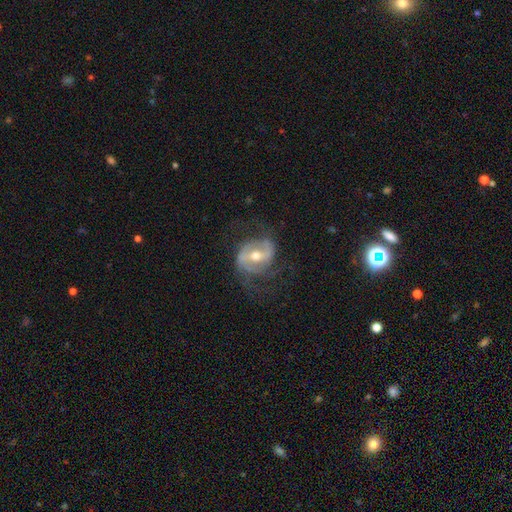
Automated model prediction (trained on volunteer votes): This is clearly a featured or disk galaxy (84%). It is clearly not viewed edge-on (96%). Bar: marginally strong (43%). Spiral arm pattern: clearly yes (91%). Spiral arm count: likely 2 (73%). Spiral winding: marginally medium (45%). Central bulge: likely moderate (69%). Merging: likely none (62%).